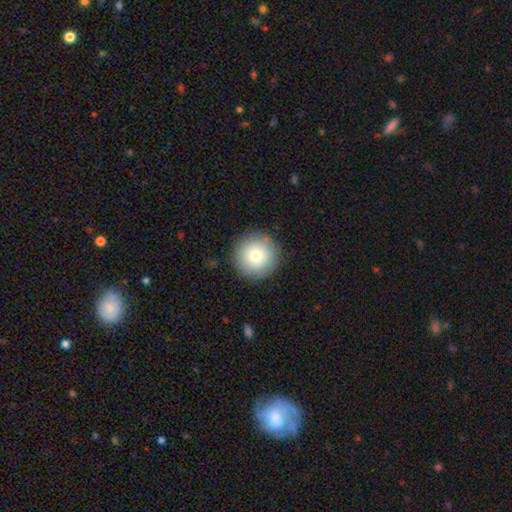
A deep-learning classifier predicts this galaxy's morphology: This is likely a smooth galaxy (76%). How rounded: clearly round (96%). Merging: clearly none (88%).